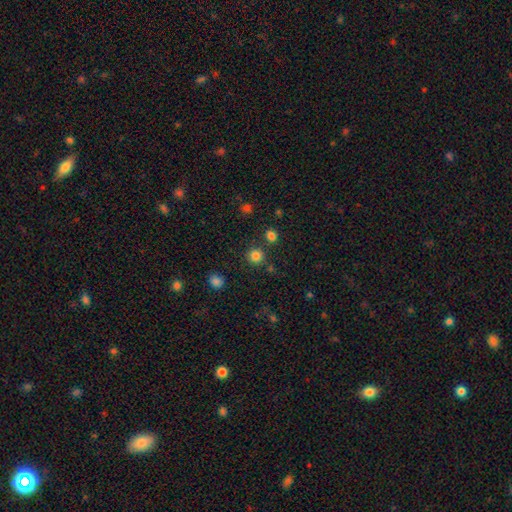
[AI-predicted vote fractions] A smooth galaxy with no disk features (82%) that is round (93%).

Vote fractions:
- Smooth or featured? smooth: 82% / star or artifact: 14% / featured or disk: 4%
- How rounded? round: 93% / in between: 6% / cigar-shaped: 1%
- Merging? none: 85% / minor disturbance: 7% / merger: 6% / major disturbance: 3%